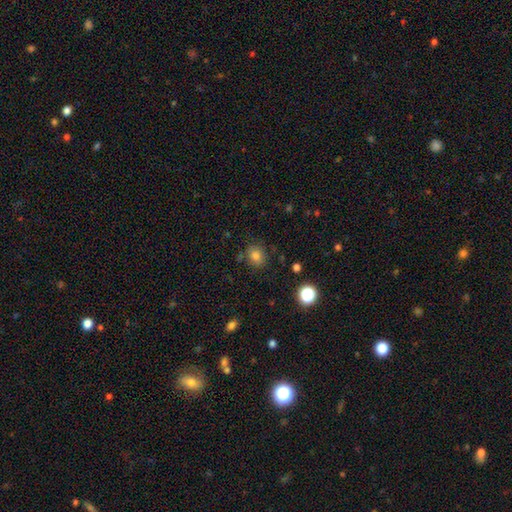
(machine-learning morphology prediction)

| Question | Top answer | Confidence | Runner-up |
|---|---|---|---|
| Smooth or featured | smooth | 79% | star or artifact (13%) |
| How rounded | round | 60% | in between (39%) |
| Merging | none | 81% | minor disturbance (12%) |